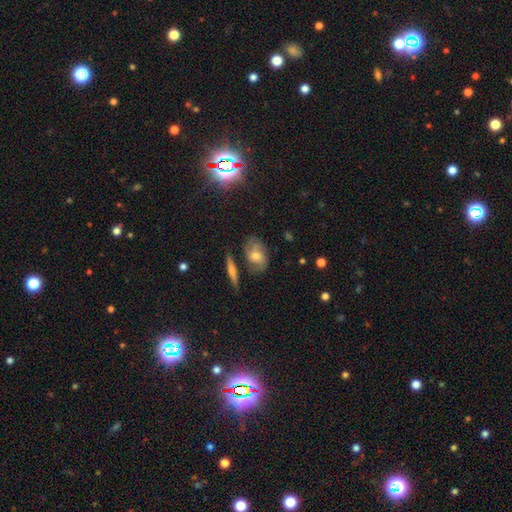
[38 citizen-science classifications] smooth_or_featured: featured or disk (p=0.58) [alt: smooth p=0.37]
disk_edge_on: no (p=0.82) [alt: yes p=0.18]
bar: no (p=0.56) [alt: weak p=0.44]
has_spiral_arms: yes (p=0.89) [alt: no p=0.11]
spiral_winding: medium (p=0.62) [alt: tight p=0.31]
spiral_arm_count: 2 (p=0.44) [alt: 3 p=0.31]
bulge_size: moderate (p=0.72) [alt: small p=0.22]
merging: none (p=0.72) [alt: minor disturbance p=0.19]